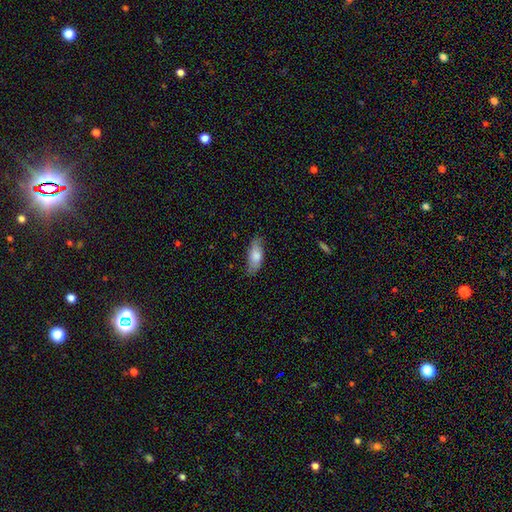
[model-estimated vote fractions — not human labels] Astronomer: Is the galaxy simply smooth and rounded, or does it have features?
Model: smooth — 76%.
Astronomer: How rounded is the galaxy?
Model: in between — 77%.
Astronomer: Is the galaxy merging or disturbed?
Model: none — 75%.